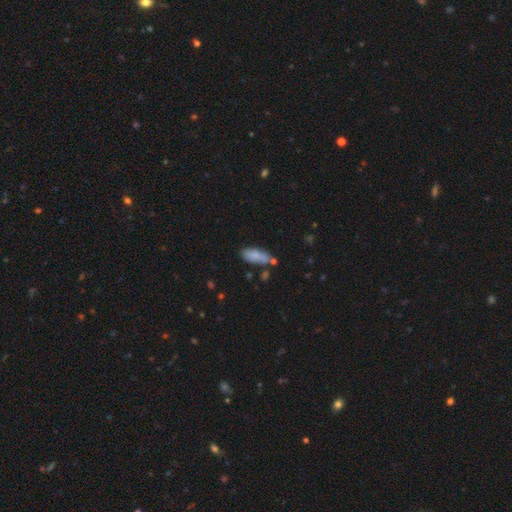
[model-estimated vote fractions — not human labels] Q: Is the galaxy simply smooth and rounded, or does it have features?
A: smooth — 80%.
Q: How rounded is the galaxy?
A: in between — 75%.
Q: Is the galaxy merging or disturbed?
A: none — 60%.